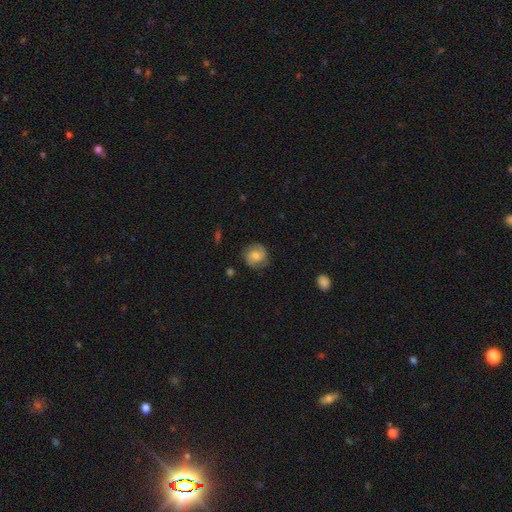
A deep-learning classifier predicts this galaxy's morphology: featured or disk 50%, smooth 42%, star or artifact 8%. Down the decision tree: merging — none (78%).